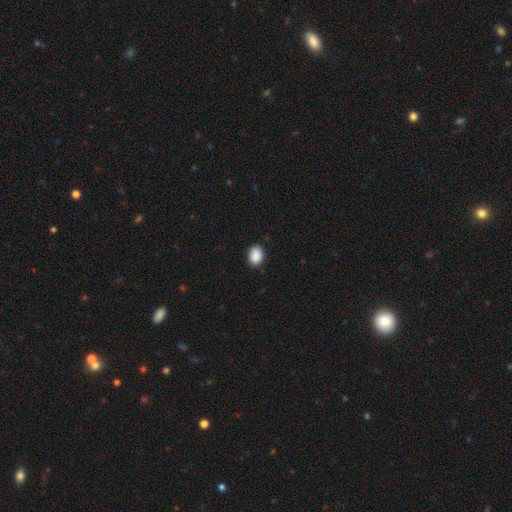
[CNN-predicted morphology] Smooth or featured: smooth — 90% (star or artifact — 8%)
How rounded: in between — 66% (round — 33%)
Merging: none — 88% (minor disturbance — 9%)